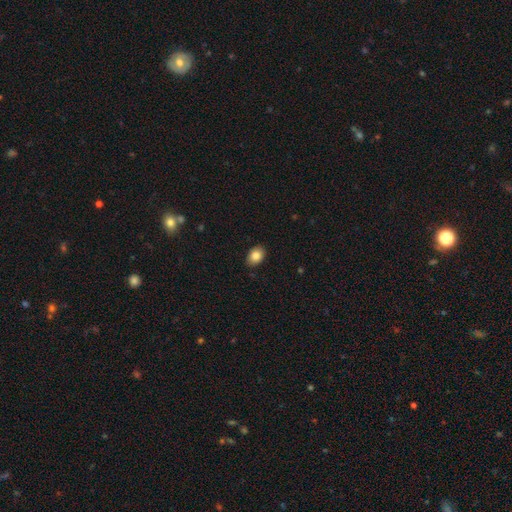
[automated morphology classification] Q: Smooth or featured?
A: smooth (85%); runner-up: star or artifact (8%)
Q: How rounded?
A: in between (78%); runner-up: round (21%)
Q: Merging?
A: none (88%); runner-up: minor disturbance (9%)